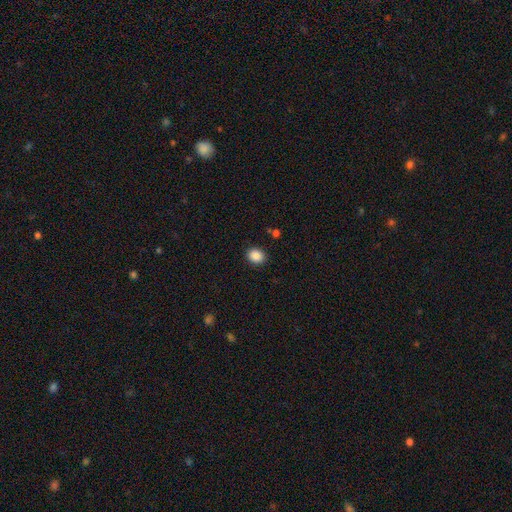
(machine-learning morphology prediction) smooth 88%, star or artifact 9%, featured or disk 3%. Down the decision tree: how rounded — round (52%); merging — none (89%).